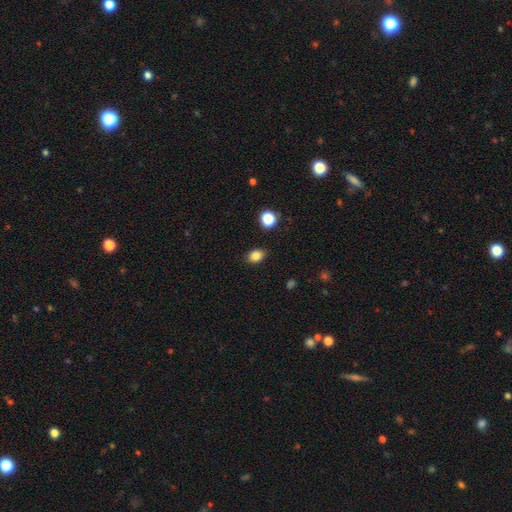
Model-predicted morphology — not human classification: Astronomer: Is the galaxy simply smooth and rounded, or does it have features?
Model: smooth — 85%.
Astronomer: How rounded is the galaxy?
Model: in between — 64%.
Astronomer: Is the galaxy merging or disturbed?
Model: none — 86%.